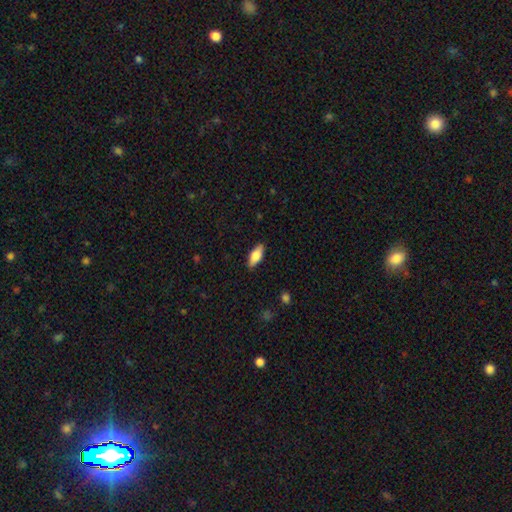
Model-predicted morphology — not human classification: A smooth galaxy with no disk features (70%) that is in between round and cigar-shaped (74%).

Vote fractions:
- Smooth or featured? smooth: 70% / featured or disk: 24% / star or artifact: 6%
- How rounded? in between: 74% / cigar-shaped: 23% / round: 3%
- Merging? none: 88% / minor disturbance: 9% / major disturbance: 2% / merger: 1%